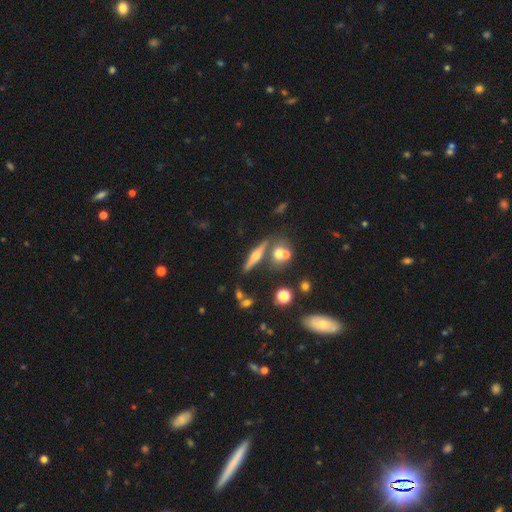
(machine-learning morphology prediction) This appears to be a featured or disk galaxy (64%) viewed edge-on (94%) with a rounded central bulge (89%). Merging: none (70%).